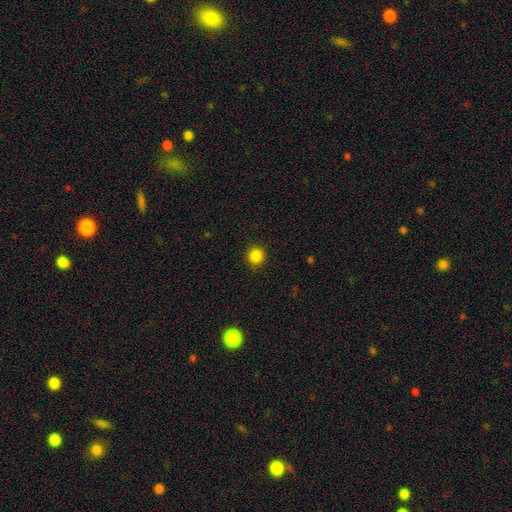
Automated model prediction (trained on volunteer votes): This is clearly a smooth galaxy (85%). How rounded: clearly round (92%). Merging: clearly none (91%).